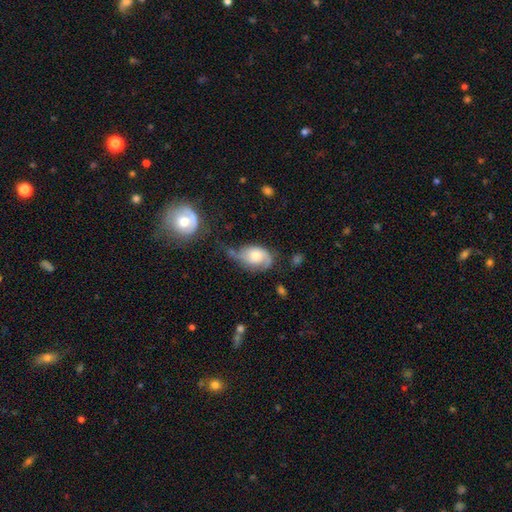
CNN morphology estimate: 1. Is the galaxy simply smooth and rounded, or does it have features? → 56% featured or disk, 37% smooth, 8% star or artifact.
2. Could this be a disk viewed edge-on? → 95% no, 5% yes.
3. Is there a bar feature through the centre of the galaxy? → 73% no, 24% weak, 4% strong.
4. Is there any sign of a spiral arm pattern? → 85% yes, 15% no.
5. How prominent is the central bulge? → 57% moderate, 20% small, 17% large, 4% none, 2% dominant.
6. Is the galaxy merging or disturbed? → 34% none, 33% minor disturbance, 25% major disturbance, 8% merger.